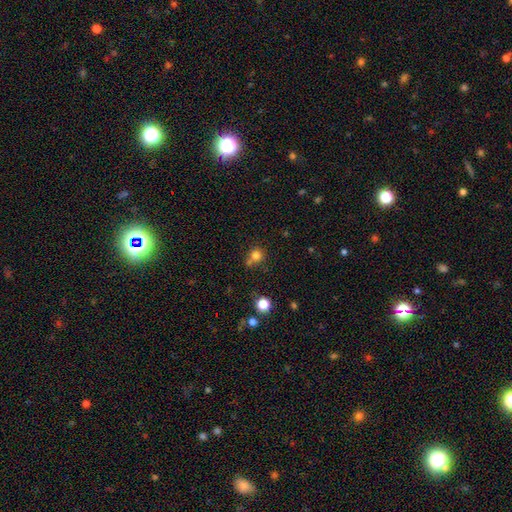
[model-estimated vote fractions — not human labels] Overall: smooth (78%). How rounded: round (89%). Merging: none (59%; merger 22%).